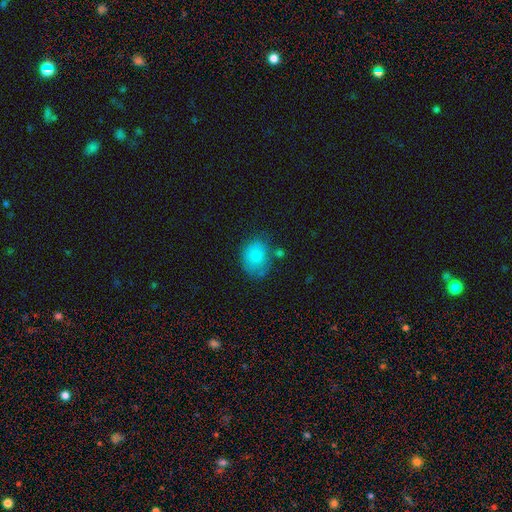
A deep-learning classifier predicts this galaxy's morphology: smooth_or_featured: smooth (p=0.80) [alt: featured or disk p=0.12]
how_rounded: in between (p=0.52) [alt: round p=0.47]
merging: none (p=0.58) [alt: minor disturbance p=0.26]